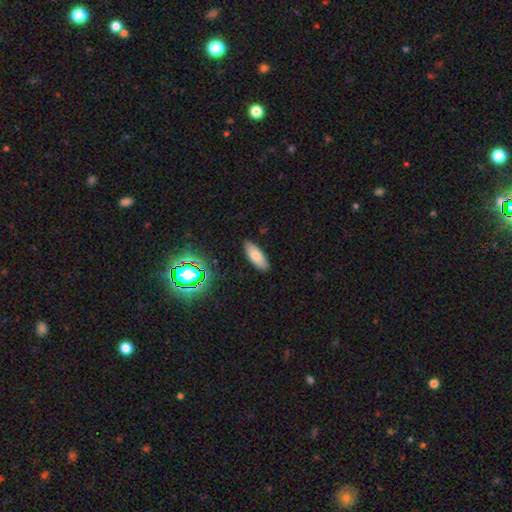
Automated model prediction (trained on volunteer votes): smooth_or_featured: smooth (p=0.74) [alt: featured or disk p=0.16]
how_rounded: in between (p=0.73) [alt: cigar-shaped p=0.25]
merging: none (p=0.88) [alt: minor disturbance p=0.09]